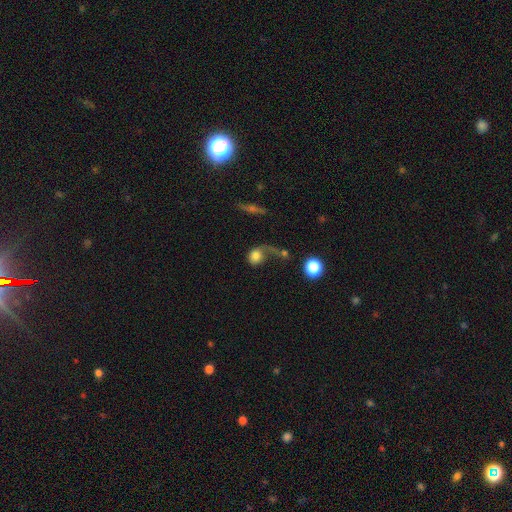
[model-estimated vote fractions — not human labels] The model was most divided on "merging": major disturbance: 43%, none: 24%, merger: 18%, minor disturbance: 14%. More confident: smooth or featured — smooth (64%); how rounded — round (62%).